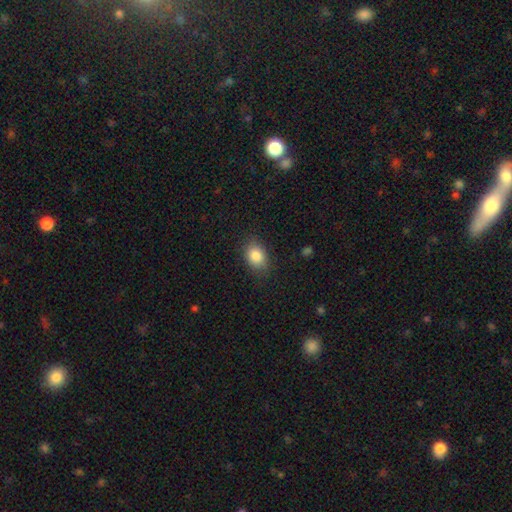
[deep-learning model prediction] Morphology: type=smooth (85%); roundness=in between (66%); merging=none (83%).